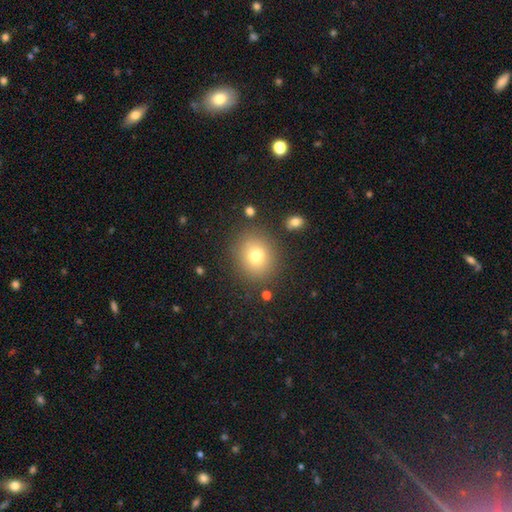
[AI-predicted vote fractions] smooth_or_featured: smooth (p=0.75) [alt: star or artifact p=0.14]
how_rounded: round (p=0.76) [alt: in between p=0.23]
merging: none (p=0.83) [alt: minor disturbance p=0.09]